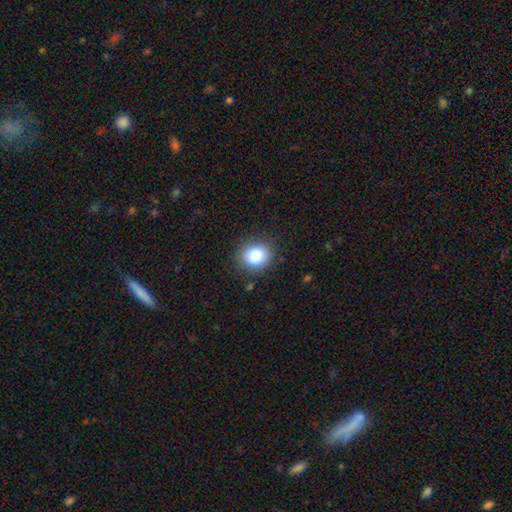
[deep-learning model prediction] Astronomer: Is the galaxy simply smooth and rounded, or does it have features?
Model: smooth — 86%.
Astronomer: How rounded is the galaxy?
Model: round — 71%.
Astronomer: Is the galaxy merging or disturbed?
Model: none — 85%.